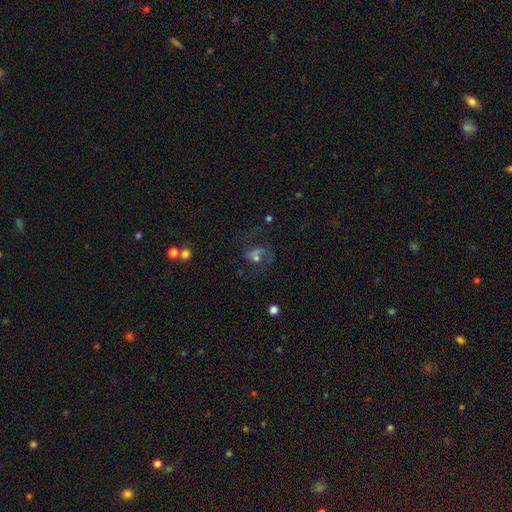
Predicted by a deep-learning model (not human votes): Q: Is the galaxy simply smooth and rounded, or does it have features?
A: featured or disk — 54%.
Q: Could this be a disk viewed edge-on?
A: no — 97%.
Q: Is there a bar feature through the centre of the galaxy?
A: no — 64%.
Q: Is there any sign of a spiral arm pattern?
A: yes — 73%.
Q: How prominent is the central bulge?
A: moderate — 43%.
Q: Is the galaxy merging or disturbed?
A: none — 48%.